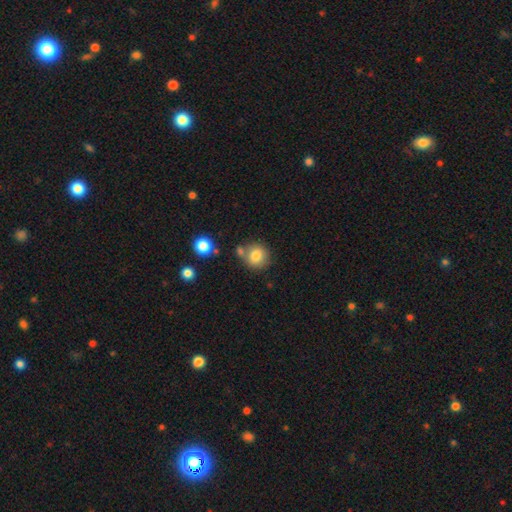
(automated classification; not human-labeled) smooth_or_featured: smooth (p=0.81) [alt: star or artifact p=0.10]
how_rounded: round (p=0.90) [alt: in between p=0.09]
merging: none (p=0.67) [alt: merger p=0.18]